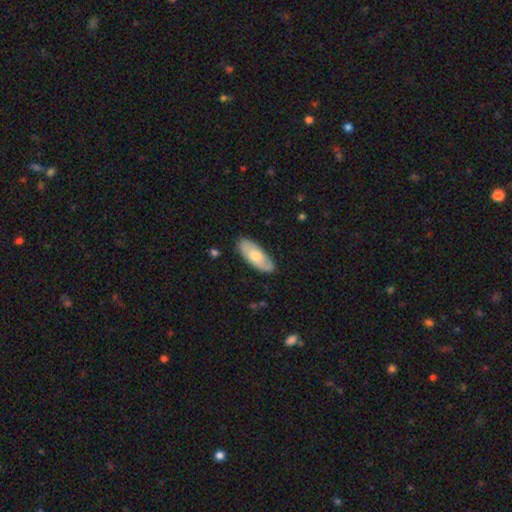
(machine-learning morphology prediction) Smooth or featured? smooth (64%)
How rounded? in between (83%)
Merging? none (85%)